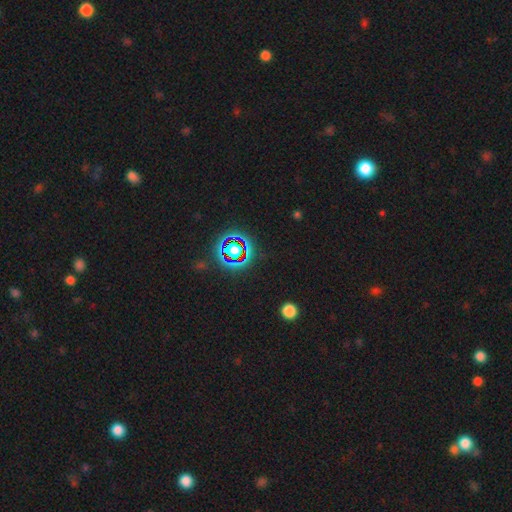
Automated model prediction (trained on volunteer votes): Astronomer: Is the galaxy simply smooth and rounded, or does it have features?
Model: star or artifact — 70%.